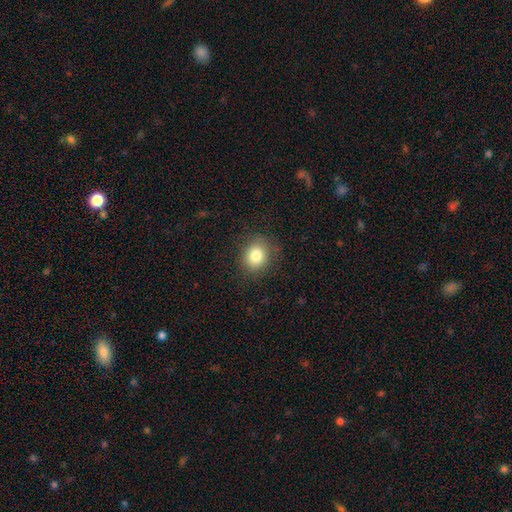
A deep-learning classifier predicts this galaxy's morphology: smooth 82%, star or artifact 11%, featured or disk 8%. Down the decision tree: how rounded — round (70%); merging — none (85%).